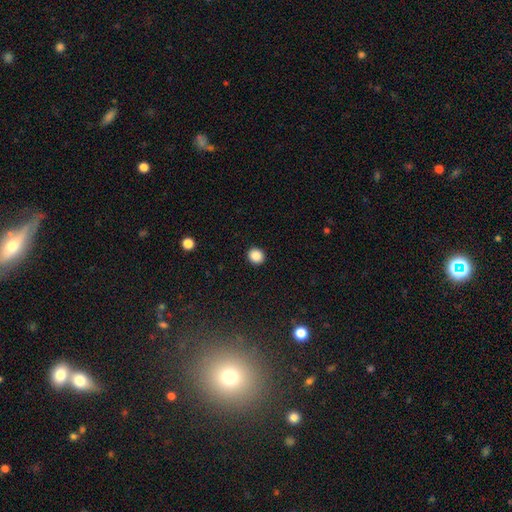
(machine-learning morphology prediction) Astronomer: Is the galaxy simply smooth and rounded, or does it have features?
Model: smooth — 88%.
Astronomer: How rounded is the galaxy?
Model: round — 83%.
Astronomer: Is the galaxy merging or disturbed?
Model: none — 92%.